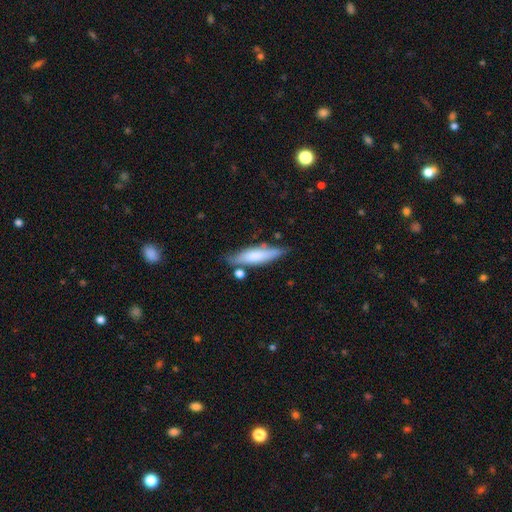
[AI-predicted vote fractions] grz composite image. It shows a smooth galaxy with no disk features (66%) that is cigar-shaped (67%). Merging: none (69%).